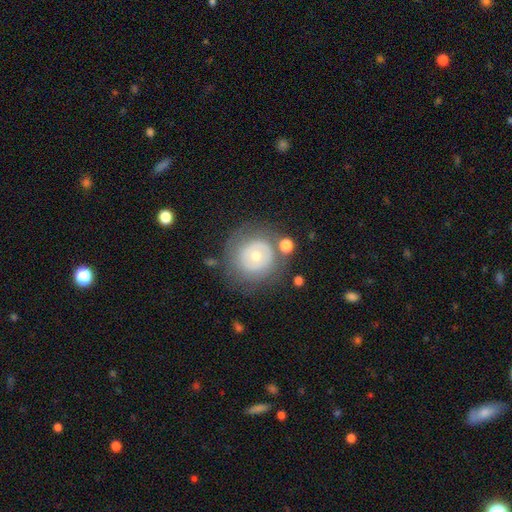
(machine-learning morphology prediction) type=featured or disk (50%); merging=none (72%).